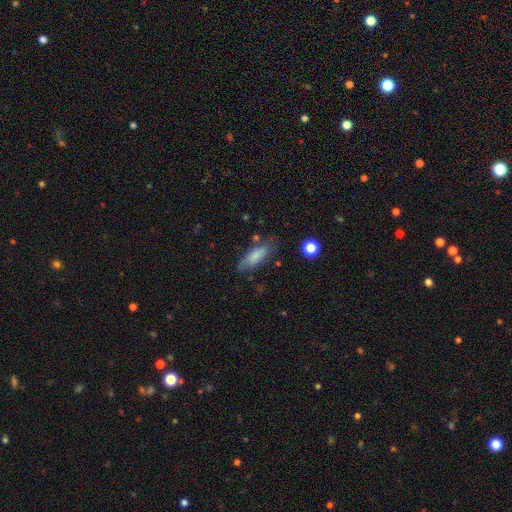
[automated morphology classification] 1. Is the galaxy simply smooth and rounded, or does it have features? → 78% smooth, 15% featured or disk, 7% star or artifact.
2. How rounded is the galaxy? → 65% in between, 33% cigar-shaped, 2% round.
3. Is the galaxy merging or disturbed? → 70% none, 20% minor disturbance, 6% major disturbance, 4% merger.